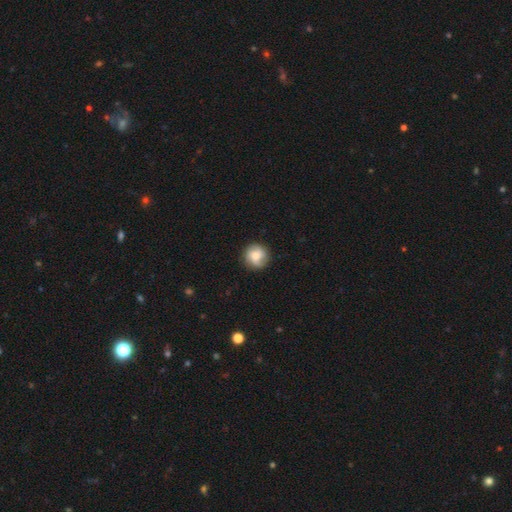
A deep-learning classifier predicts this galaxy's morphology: Smooth or featured?
  - smooth: 53% *
  - featured or disk: 39%
  - star or artifact: 8%
How rounded?
  - round: 92% *
  - in between: 7%
  - cigar-shaped: 1%
Merging?
  - none: 84% *
  - minor disturbance: 11%
  - major disturbance: 3%
  - merger: 1%